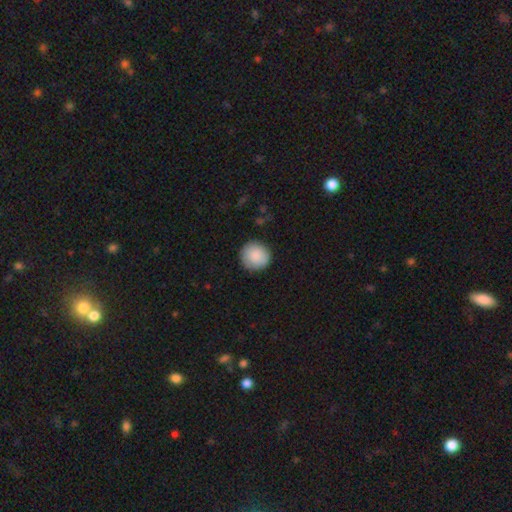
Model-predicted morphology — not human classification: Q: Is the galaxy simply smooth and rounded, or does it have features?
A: smooth — 87%.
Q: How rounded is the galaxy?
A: round — 94%.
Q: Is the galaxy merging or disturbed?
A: none — 89%.